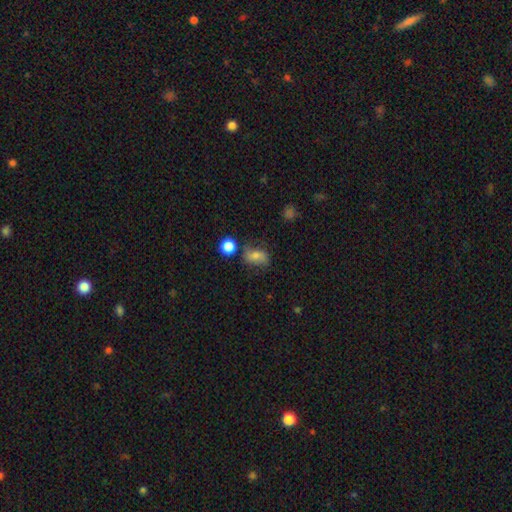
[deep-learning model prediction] A smooth galaxy with no disk features (64%) that is in between round and cigar-shaped (76%).

Vote fractions:
- Smooth or featured? smooth: 64% / featured or disk: 23% / star or artifact: 13%
- How rounded? in between: 76% / round: 21% / cigar-shaped: 3%
- Merging? none: 58% / minor disturbance: 24% / major disturbance: 10% / merger: 7%